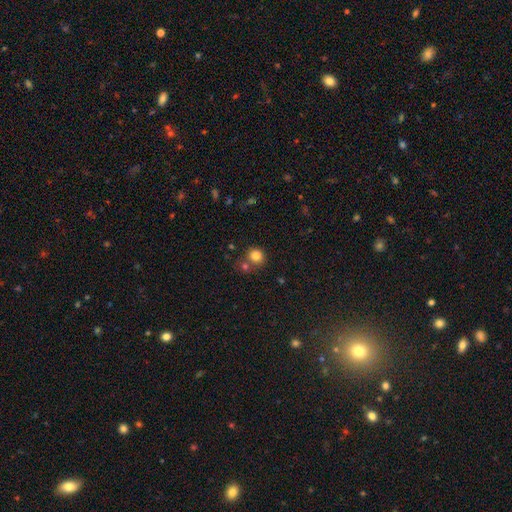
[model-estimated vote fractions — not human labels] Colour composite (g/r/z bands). It shows a smooth galaxy with no disk features (80%) that is round (80%). Merging: none (59%).